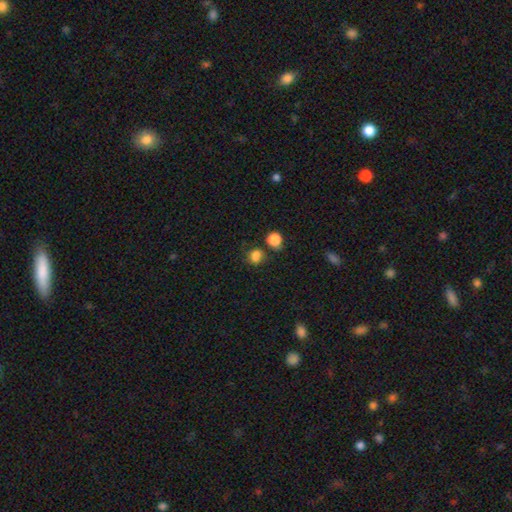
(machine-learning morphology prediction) Overall: smooth (78%). How rounded: round (64%; in between 34%). Merging: none (57%; merger 18%).